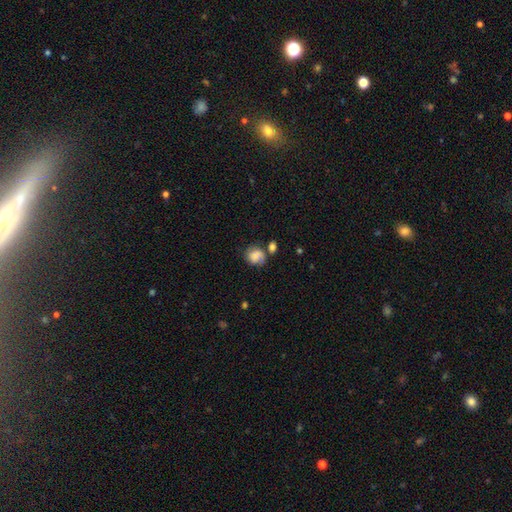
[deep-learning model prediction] A smooth galaxy with no disk features (64%) that is round (69%).

Vote fractions:
- Smooth or featured? smooth: 64% / featured or disk: 27% / star or artifact: 10%
- How rounded? round: 69% / in between: 30% / cigar-shaped: 1%
- Merging? none: 49% / minor disturbance: 23% / merger: 18% / major disturbance: 10%